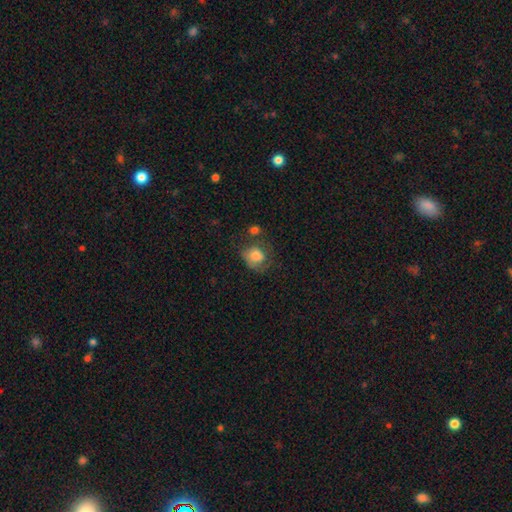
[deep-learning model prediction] Overall: smooth (72%). How rounded: round (65%; in between 34%). Merging: none (42%; minor disturbance 28%).